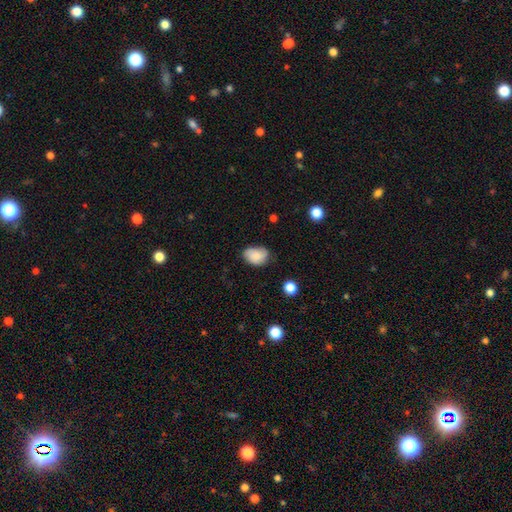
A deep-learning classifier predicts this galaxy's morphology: Smooth or featured? smooth (78%)
How rounded? in between (78%)
Merging? none (58%)